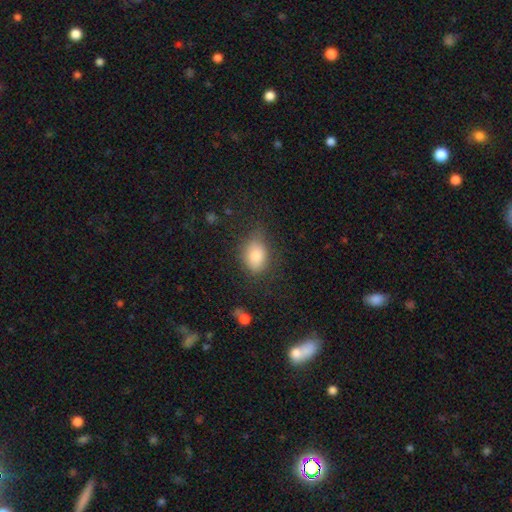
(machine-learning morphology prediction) Smooth or featured?
  - smooth: 81% *
  - featured or disk: 10%
  - star or artifact: 9%
How rounded?
  - in between: 75% *
  - round: 23%
  - cigar-shaped: 1%
Merging?
  - none: 64% *
  - minor disturbance: 25%
  - major disturbance: 9%
  - merger: 2%